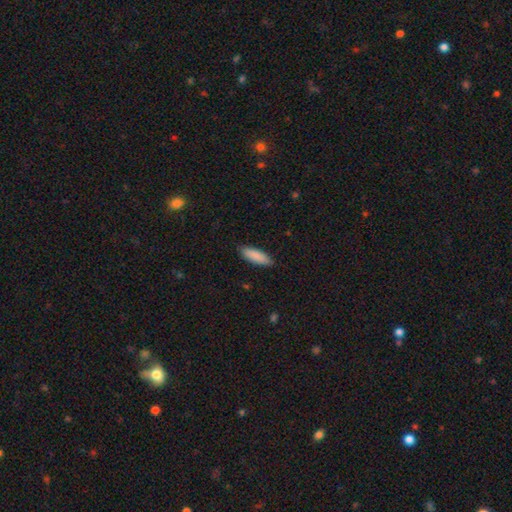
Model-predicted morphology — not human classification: Smooth or featured?
  - smooth: 88% *
  - featured or disk: 6%
  - star or artifact: 6%
How rounded?
  - in between: 59% *
  - cigar-shaped: 40%
  - round: 2%
Merging?
  - none: 87% *
  - minor disturbance: 10%
  - major disturbance: 2%
  - merger: 1%